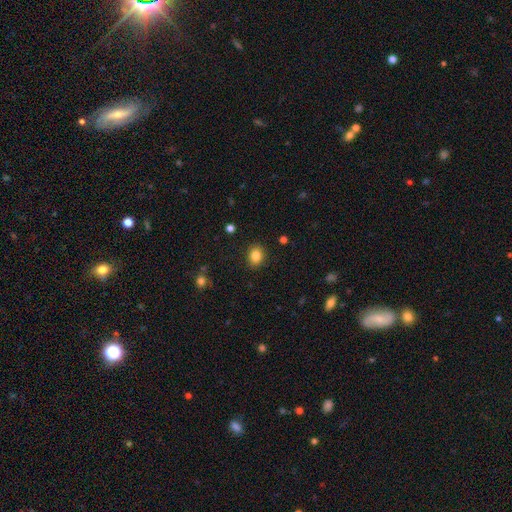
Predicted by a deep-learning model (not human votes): The model was most divided on "how rounded": round: 55%, in between: 44%, cigar-shaped: 1%. More confident: merging — none (89%); smooth or featured — smooth (84%).